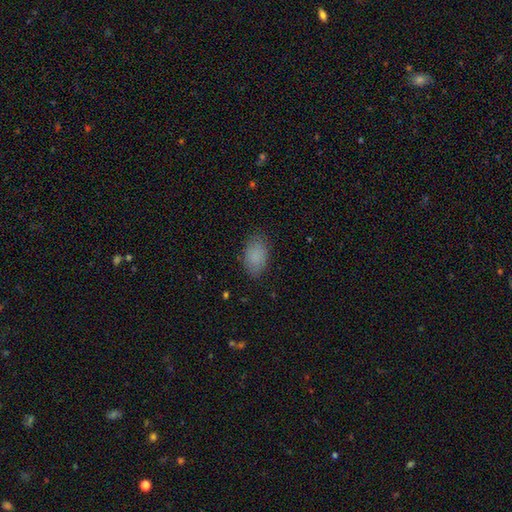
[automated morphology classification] Smooth or featured? Predicted: smooth (p=0.86). How rounded? Predicted: in between (p=0.91). Merging? Predicted: none (p=0.81).